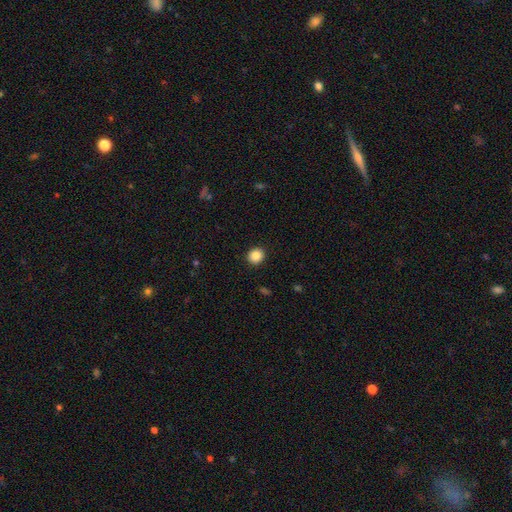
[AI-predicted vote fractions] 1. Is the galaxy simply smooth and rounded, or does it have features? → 87% smooth, 10% star or artifact, 4% featured or disk.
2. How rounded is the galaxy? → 83% round, 16% in between, 1% cigar-shaped.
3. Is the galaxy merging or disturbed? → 92% none, 5% minor disturbance, 2% major disturbance, 1% merger.